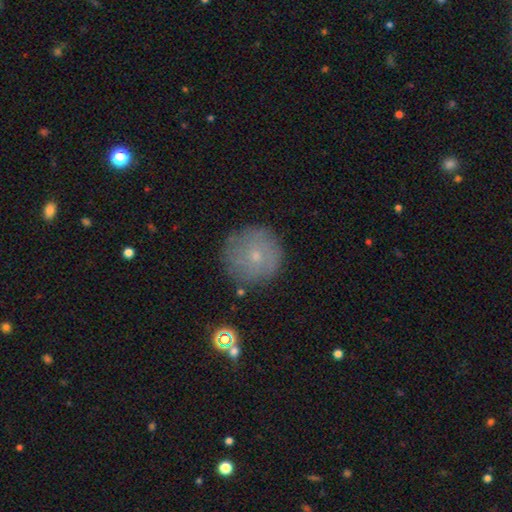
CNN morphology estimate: type=smooth (58%); roundness=round (96%); merging=none (85%).